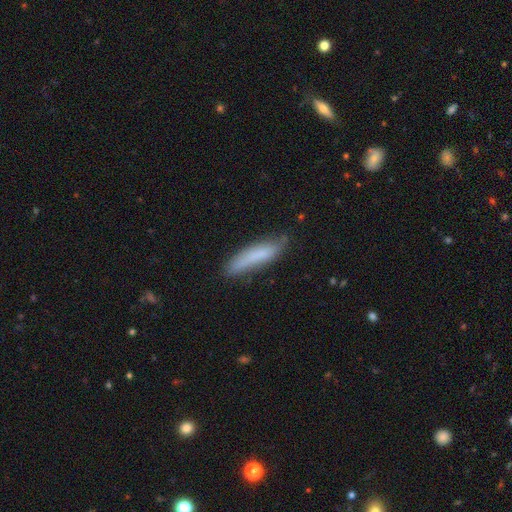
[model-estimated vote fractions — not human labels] smooth-or-featured: smooth: 70% | featured or disk: 23% | star or artifact: 7%
  how-rounded: cigar-shaped: 79% | in between: 20% | round: 2%
  merging: none: 66% | minor disturbance: 26% | major disturbance: 6% | merger: 3%